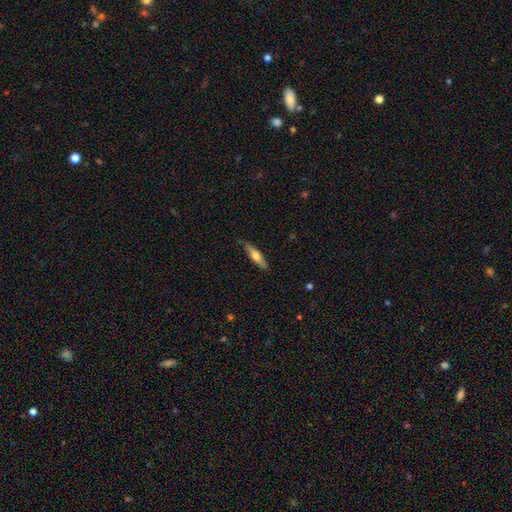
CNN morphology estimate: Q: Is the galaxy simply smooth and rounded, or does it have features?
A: smooth — 52%.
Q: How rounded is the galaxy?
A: cigar-shaped — 77%.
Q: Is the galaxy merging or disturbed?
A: none — 83%.